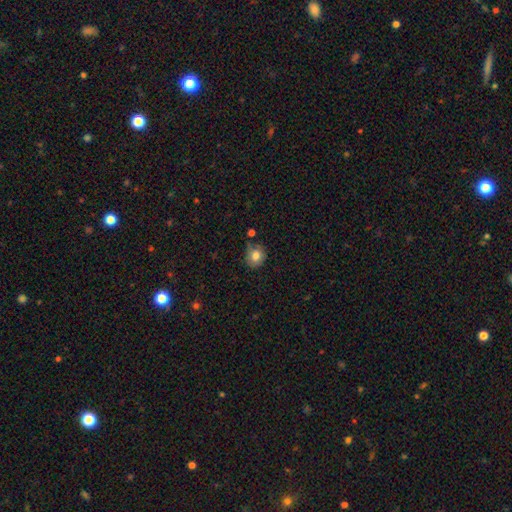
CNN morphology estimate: A smooth galaxy with no disk features (80%) that is round (76%). Merging: none (69%).